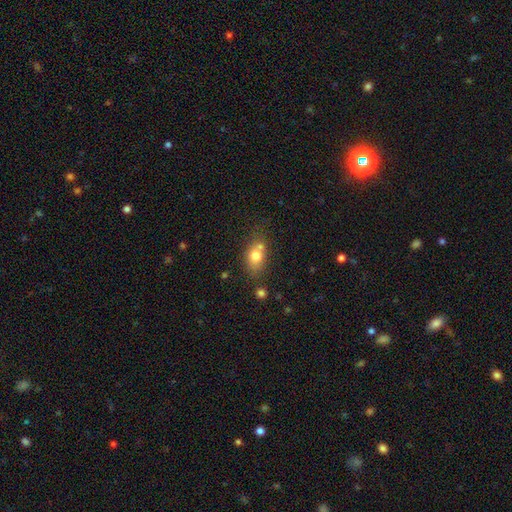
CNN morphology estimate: type=smooth (73%); roundness=in between (67%); merging=none (52%).